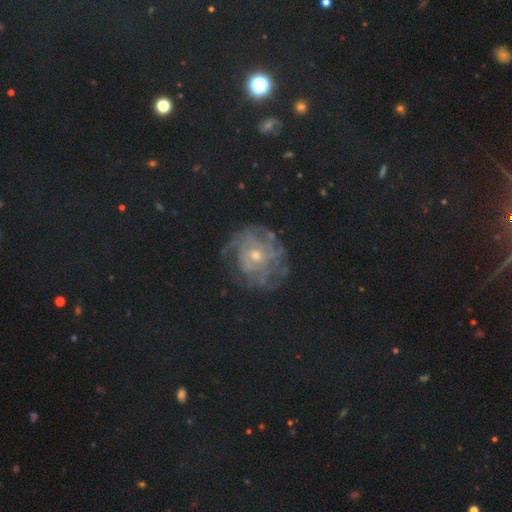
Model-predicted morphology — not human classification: type=featured or disk (72%); edge-on=no (97%); bar=no (78%); spiral arms=yes (82%); winding=tight (57%); arm count=can't tell (52%); bulge=small (52%); merging=none (67%).